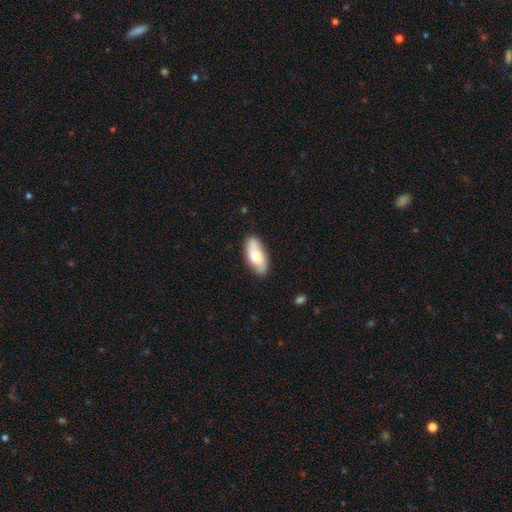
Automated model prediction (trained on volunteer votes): Overall: smooth (63%; featured or disk 31%). How rounded: in between (84%). Merging: none (80%).